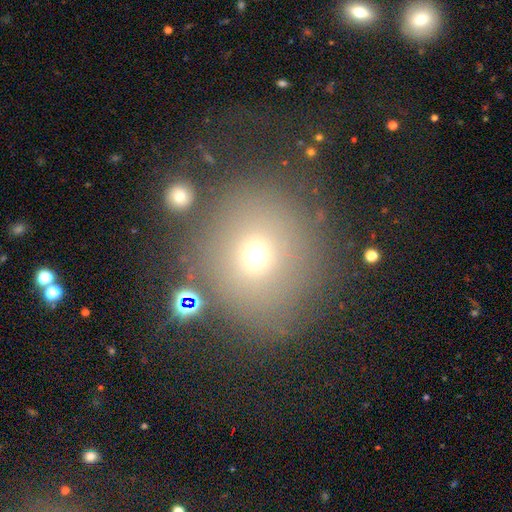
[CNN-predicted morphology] smooth-or-featured: smooth: 62% | star or artifact: 24% | featured or disk: 14%
  how-rounded: round: 86% | in between: 13% | cigar-shaped: 1%
  merging: none: 68% | minor disturbance: 15% | major disturbance: 12% | merger: 5%